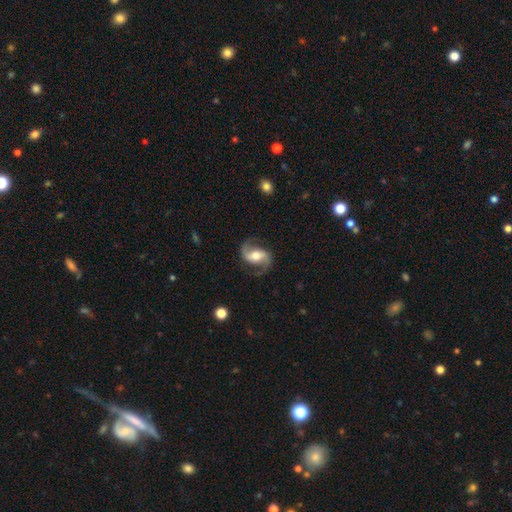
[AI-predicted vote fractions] The model was most divided on "spiral winding": loose: 48%, medium: 43%, tight: 9%. Remaining: edge-on disk — no (97%); spiral arms — yes (97%); spiral arm count — 2 (93%); smooth or featured — featured or disk (87%); merging — none (79%); bulge size — moderate (59%); bar — weak (42%).